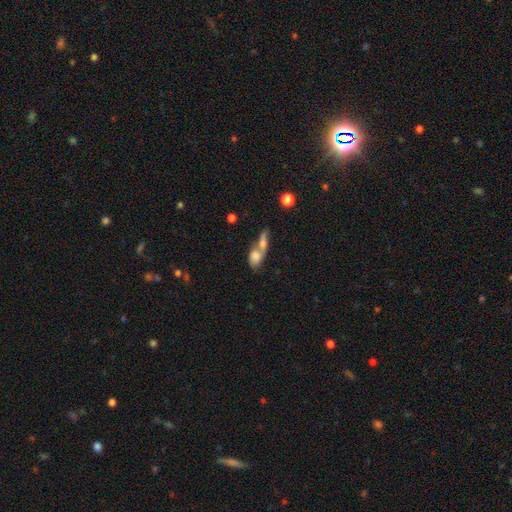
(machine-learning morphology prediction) smooth 65%, featured or disk 25%, star or artifact 10%. Down the decision tree: how rounded — in between (74%); merging — merger (72%).